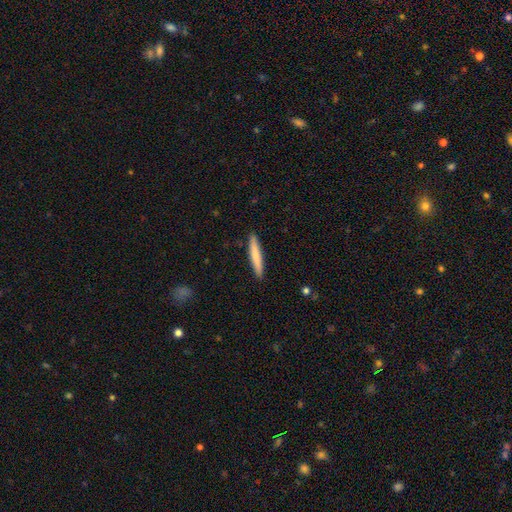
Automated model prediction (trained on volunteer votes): Q: Smooth or featured?
A: smooth (74%); runner-up: featured or disk (20%)
Q: How rounded?
A: cigar-shaped (94%); runner-up: in between (5%)
Q: Merging?
A: none (91%); runner-up: minor disturbance (7%)